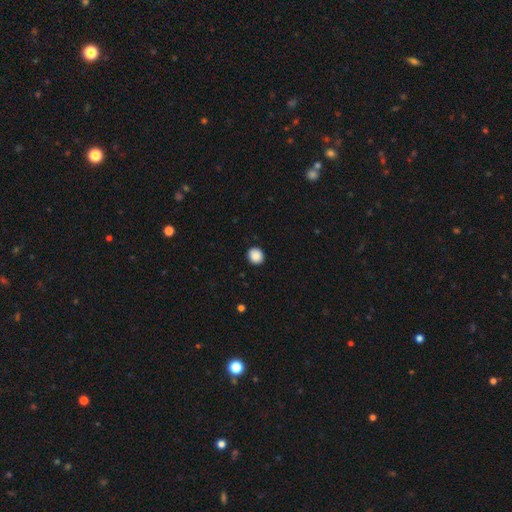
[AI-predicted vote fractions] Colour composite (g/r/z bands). It shows a smooth galaxy with no disk features (88%) that is round (85%). Merging: none (91%).